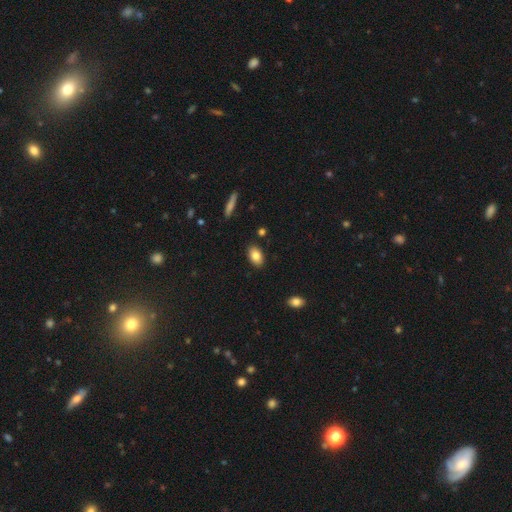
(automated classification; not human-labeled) A smooth galaxy with no disk features (83%) that is in between round and cigar-shaped (91%). Merging: none (87%).